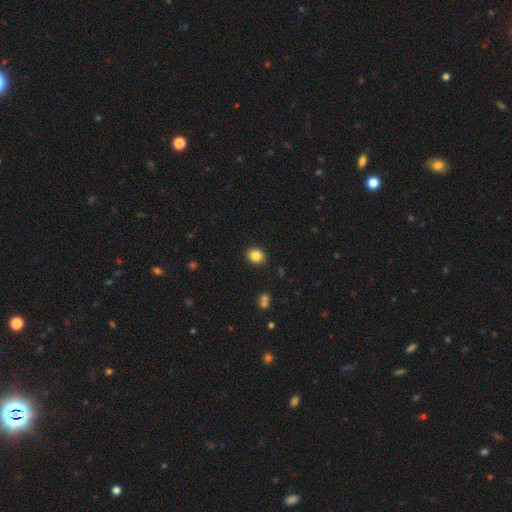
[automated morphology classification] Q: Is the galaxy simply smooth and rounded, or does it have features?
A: smooth — 84%.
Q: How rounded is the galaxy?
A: round — 61%.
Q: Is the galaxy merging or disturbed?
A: none — 90%.